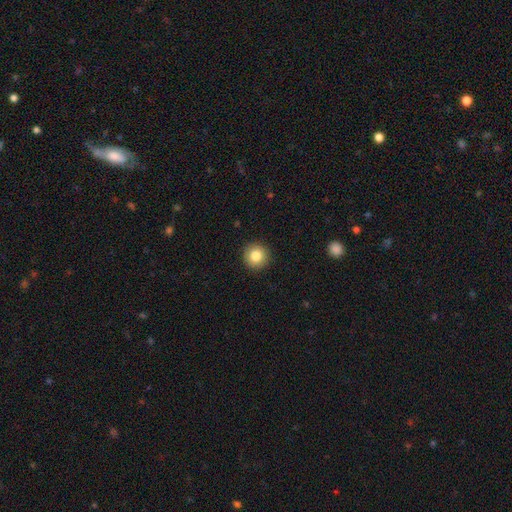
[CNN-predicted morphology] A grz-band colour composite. It shows a smooth galaxy with no disk features (83%) that is round (95%). Merging: none (92%).